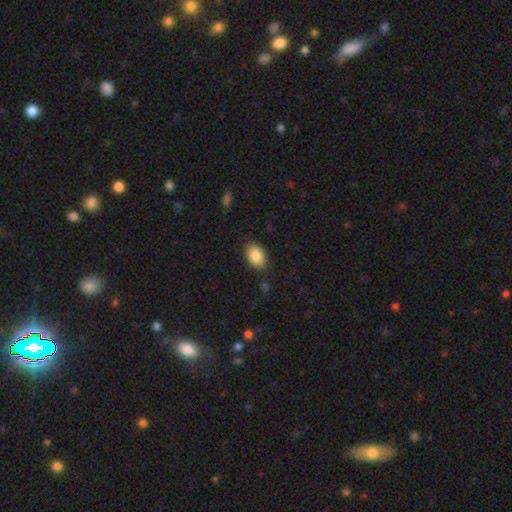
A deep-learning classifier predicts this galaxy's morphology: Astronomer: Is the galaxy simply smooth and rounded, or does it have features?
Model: smooth — 86%.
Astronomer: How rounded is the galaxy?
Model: in between — 85%.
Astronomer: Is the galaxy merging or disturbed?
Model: none — 81%.